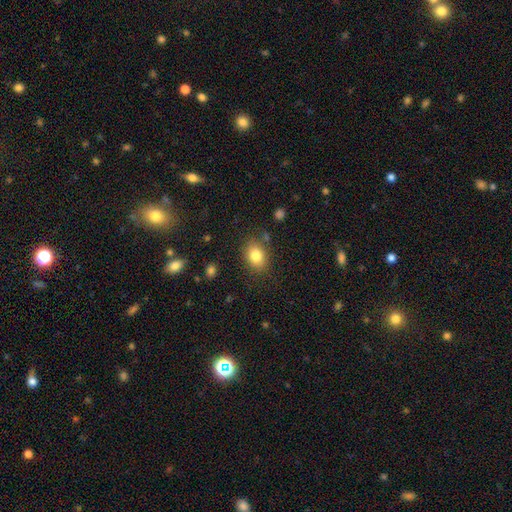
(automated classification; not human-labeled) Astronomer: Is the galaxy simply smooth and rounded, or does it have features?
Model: smooth — 82%.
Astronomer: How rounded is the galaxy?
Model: in between — 65%.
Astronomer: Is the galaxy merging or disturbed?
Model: none — 80%.